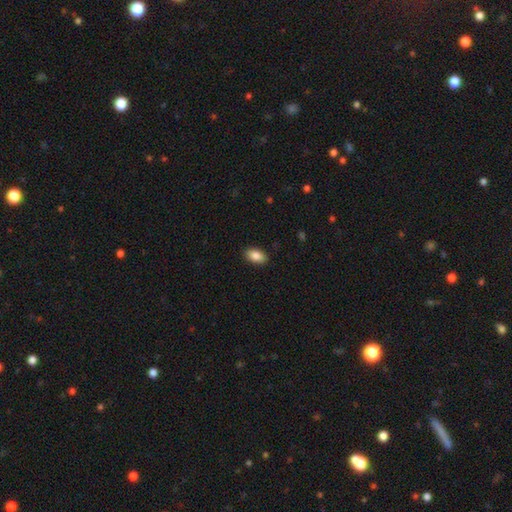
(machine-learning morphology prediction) type=smooth (87%); roundness=in between (92%); merging=none (90%).